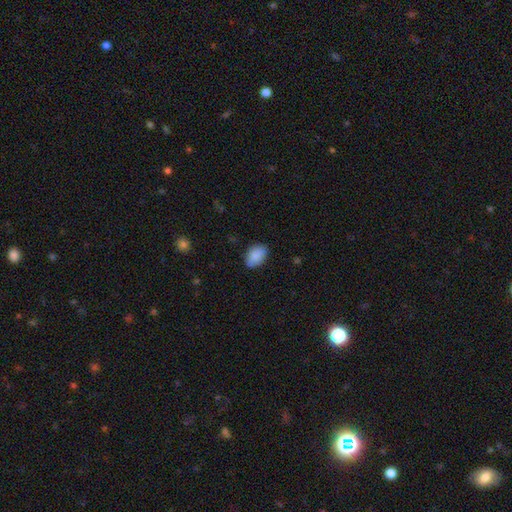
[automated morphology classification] This appears to be a smooth galaxy with no disk features (88%) that is in between round and cigar-shaped (85%). Merging: none (79%).